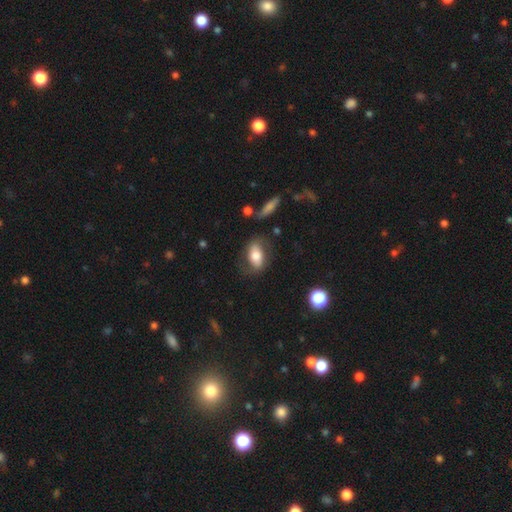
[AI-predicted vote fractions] Smooth or featured? Predicted: smooth (p=0.57). How rounded? Predicted: in between (p=0.87). Merging? Predicted: none (p=0.65).